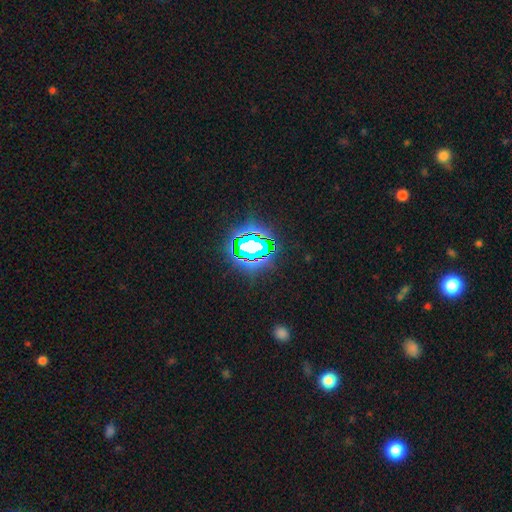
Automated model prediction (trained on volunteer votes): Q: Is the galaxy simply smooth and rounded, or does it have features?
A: star or artifact — 82%.